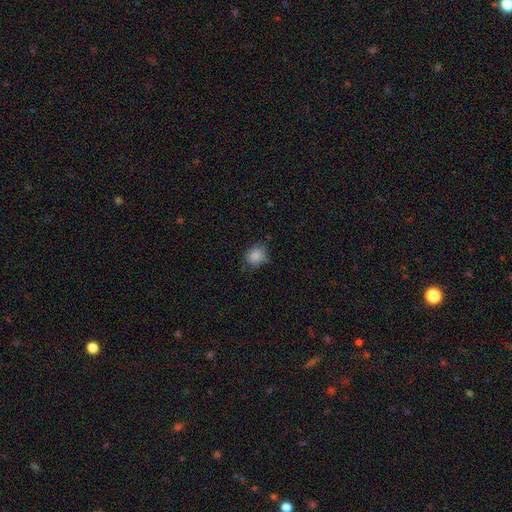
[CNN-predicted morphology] smooth-or-featured: smooth: 86% | star or artifact: 10% | featured or disk: 4%
  how-rounded: round: 68% | in between: 31% | cigar-shaped: 1%
  merging: none: 71% | minor disturbance: 22% | major disturbance: 5% | merger: 2%